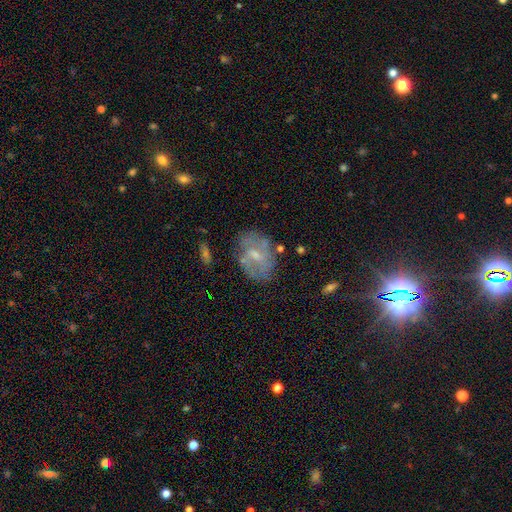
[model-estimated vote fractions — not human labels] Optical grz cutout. It shows a featured or disk galaxy (63%) with a weak bar (47%), spiral arms (59%) and a small central bulge (61%). Merging: none (62%).